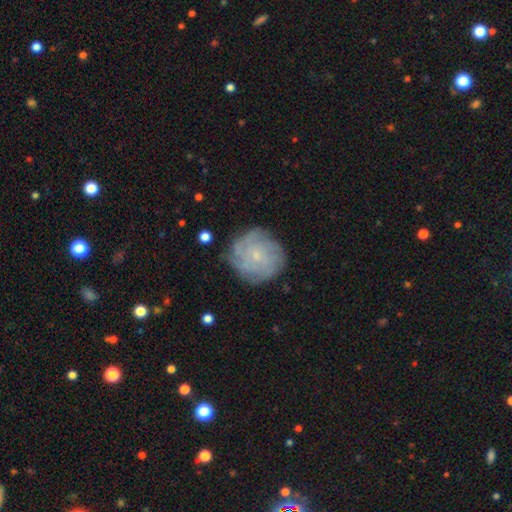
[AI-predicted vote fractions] Overall: featured or disk (62%; smooth 29%). Edge-on disk: no (97%). Bar: no (79%). Spiral arms: yes (87%). Spiral arm count: can't tell (46%; 4 18%). Spiral winding: tight (67%). Bulge size: small (79%). Merging: none (79%).